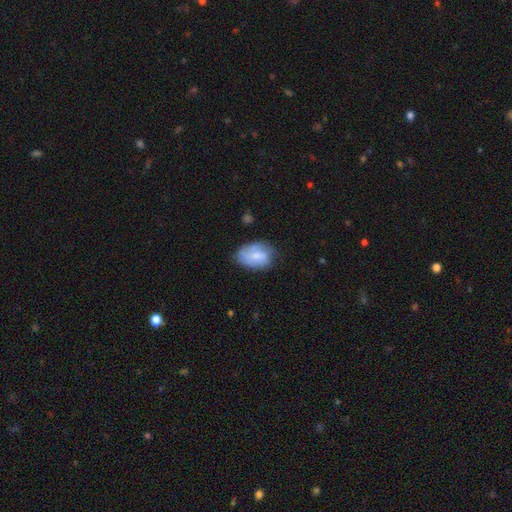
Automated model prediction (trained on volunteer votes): Smooth or featured? smooth (66%)
How rounded? in between (82%)
Merging? none (58%)